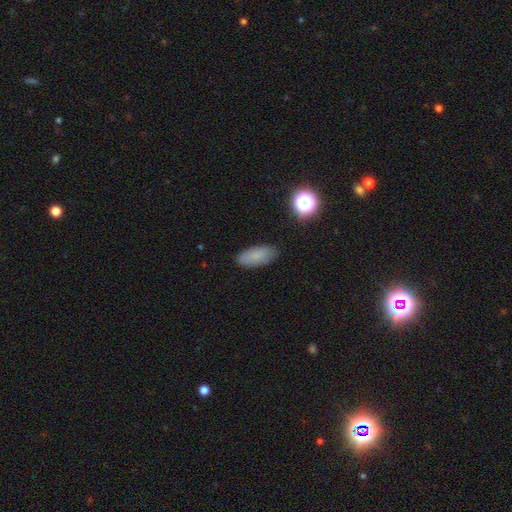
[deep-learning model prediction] A smooth galaxy with no disk features (82%) that is in between round and cigar-shaped (84%).

Vote fractions:
- Smooth or featured? smooth: 82% / star or artifact: 10% / featured or disk: 8%
- How rounded? in between: 84% / cigar-shaped: 13% / round: 3%
- Merging? none: 85% / minor disturbance: 11% / major disturbance: 3% / merger: 1%